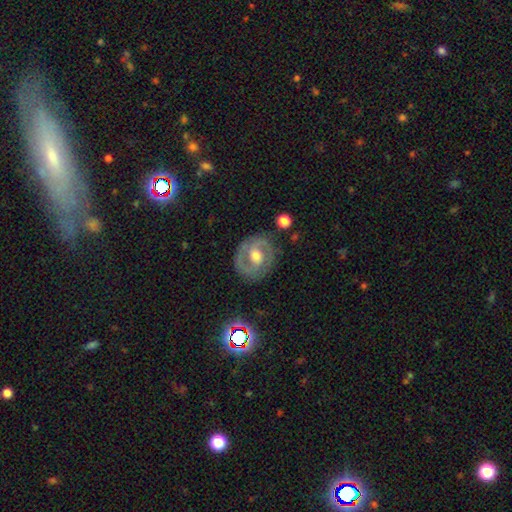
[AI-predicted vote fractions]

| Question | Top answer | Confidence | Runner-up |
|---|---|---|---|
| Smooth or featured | featured or disk | 76% | smooth (17%) |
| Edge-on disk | no | 97% | yes (3%) |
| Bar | weak | 42% | no (40%) |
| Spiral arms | yes | 80% | no (20%) |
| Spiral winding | tight | 49% | medium (41%) |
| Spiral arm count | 2 | 83% | can't tell (9%) |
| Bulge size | moderate | 70% | large (15%) |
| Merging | none | 82% | minor disturbance (12%) |